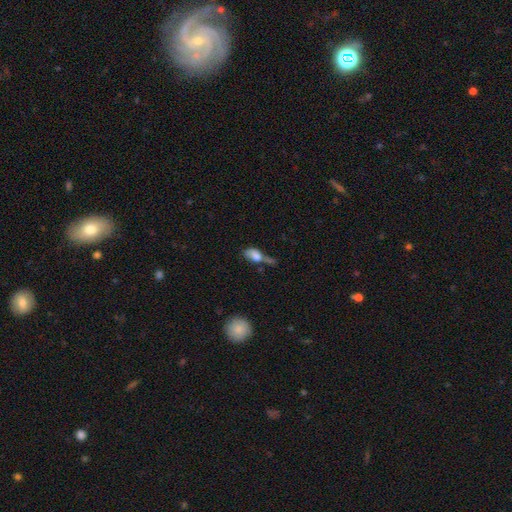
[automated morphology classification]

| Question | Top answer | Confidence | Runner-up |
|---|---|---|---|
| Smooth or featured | smooth | 69% | featured or disk (20%) |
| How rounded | in between | 82% | cigar-shaped (10%) |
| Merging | merger | 29% | none (24%) |